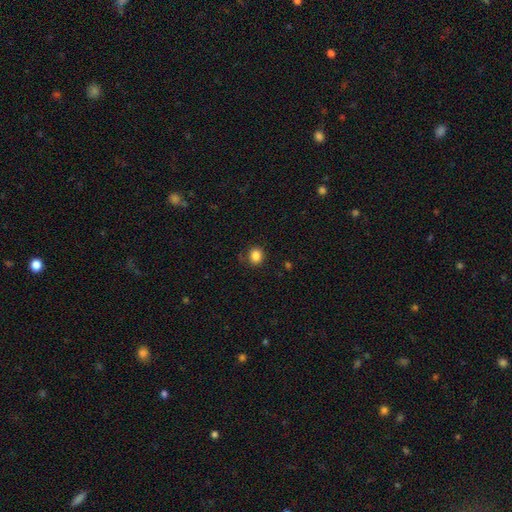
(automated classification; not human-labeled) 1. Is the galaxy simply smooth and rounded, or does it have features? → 85% smooth, 11% star or artifact, 4% featured or disk.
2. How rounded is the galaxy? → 74% round, 25% in between, 1% cigar-shaped.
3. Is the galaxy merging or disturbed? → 82% none, 12% minor disturbance, 3% major disturbance, 2% merger.